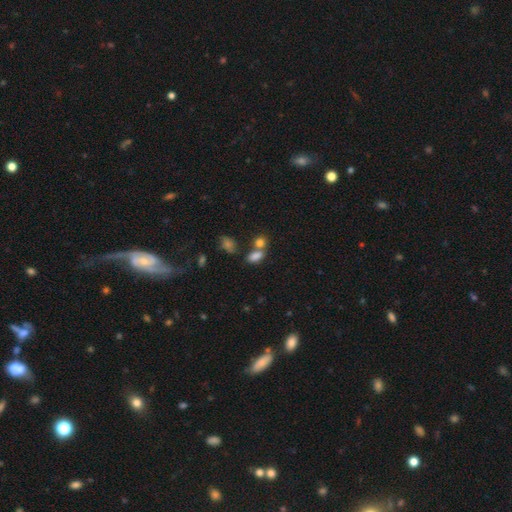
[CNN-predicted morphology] type=smooth (80%); roundness=in between (80%); merging=none (43%).